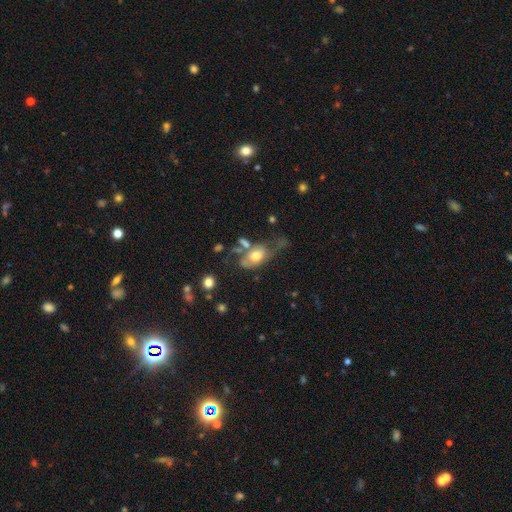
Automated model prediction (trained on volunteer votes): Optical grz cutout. It shows a smooth galaxy with no disk features (55%) that is in between round and cigar-shaped (84%). Merging: major disturbance (33%).